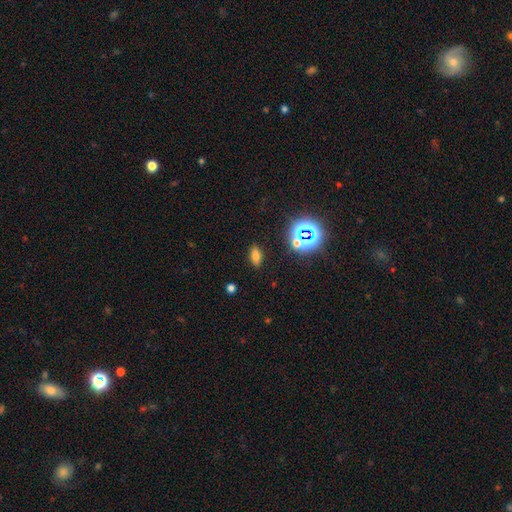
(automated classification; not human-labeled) The model was most divided on "smooth or featured": smooth: 63%, star or artifact: 22%, featured or disk: 15%. More confident: merging — none (87%); how rounded — in between (73%).